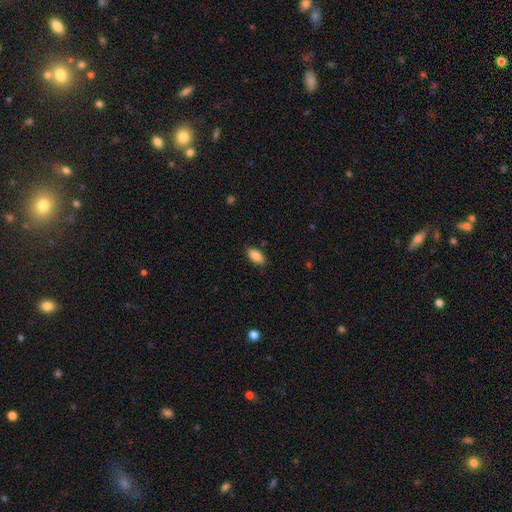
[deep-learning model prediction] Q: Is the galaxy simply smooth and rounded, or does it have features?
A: smooth — 87%.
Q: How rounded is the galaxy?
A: in between — 92%.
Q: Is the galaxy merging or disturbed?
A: none — 86%.